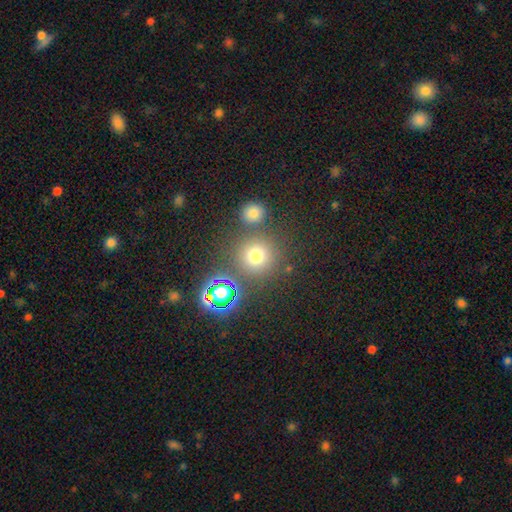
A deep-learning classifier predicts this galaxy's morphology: A smooth galaxy with no disk features (68%) that is round (92%).

Vote fractions:
- Smooth or featured? smooth: 68% / star or artifact: 24% / featured or disk: 8%
- How rounded? round: 92% / in between: 7% / cigar-shaped: 1%
- Merging? none: 78% / merger: 11% / minor disturbance: 8% / major disturbance: 4%